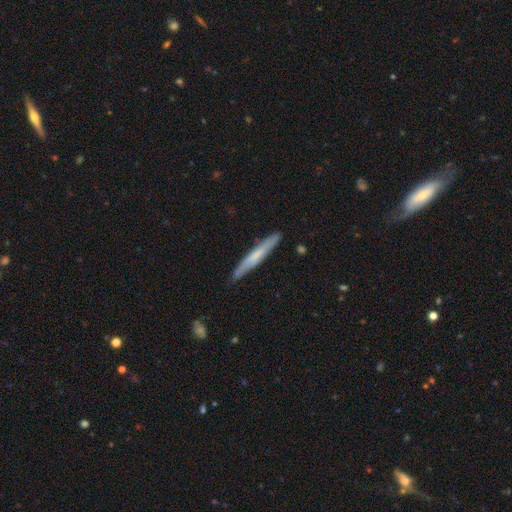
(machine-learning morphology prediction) Smooth or featured?
  - smooth: 54% *
  - featured or disk: 41%
  - star or artifact: 5%
How rounded?
  - cigar-shaped: 96% *
  - in between: 3%
  - round: 1%
Merging?
  - none: 86% *
  - minor disturbance: 11%
  - major disturbance: 2%
  - merger: 1%